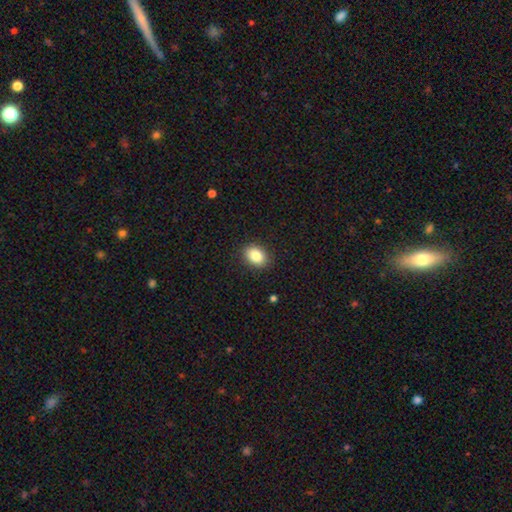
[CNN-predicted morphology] Q: Smooth or featured?
A: smooth (85%); runner-up: star or artifact (9%)
Q: How rounded?
A: in between (70%); runner-up: round (29%)
Q: Merging?
A: none (89%); runner-up: minor disturbance (8%)